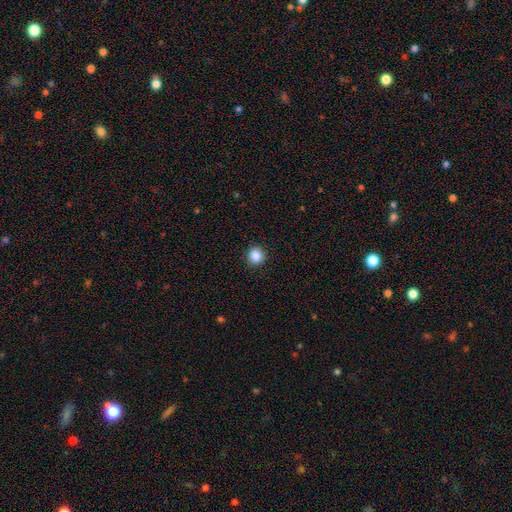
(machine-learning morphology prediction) Overall: smooth (87%). How rounded: round (89%). Merging: none (91%).